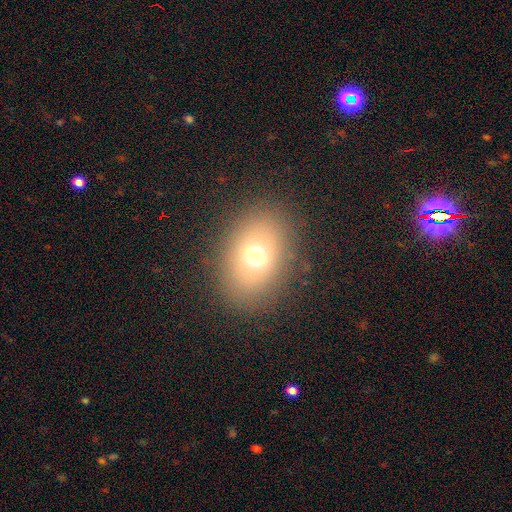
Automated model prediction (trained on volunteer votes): Smooth or featured? smooth (61%)
How rounded? in between (66%)
Merging? none (82%)